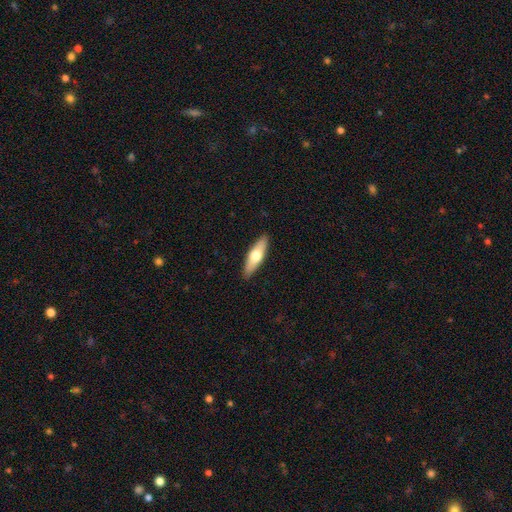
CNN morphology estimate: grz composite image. It shows a smooth galaxy with no disk features (58%) that is cigar-shaped (56%). Merging: none (90%).